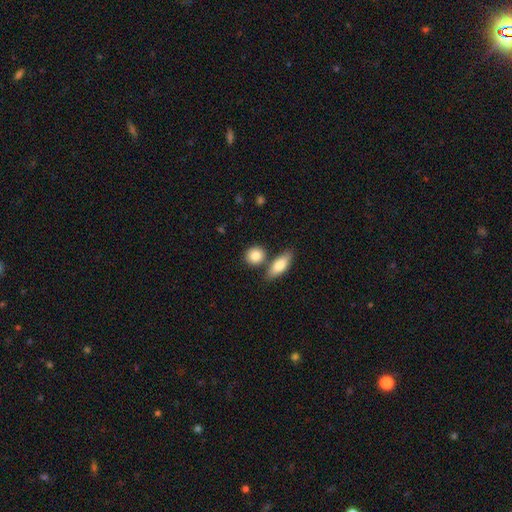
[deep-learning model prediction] Morphology: type=smooth (84%); roundness=round (70%); merging=none (66%).